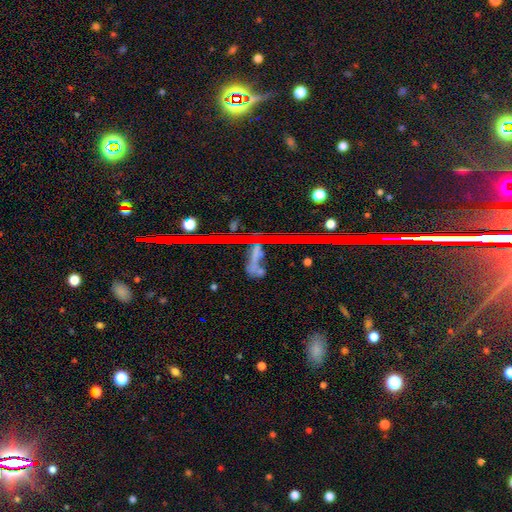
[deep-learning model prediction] This is possibly a star or artifact rather than a galaxy (59%).